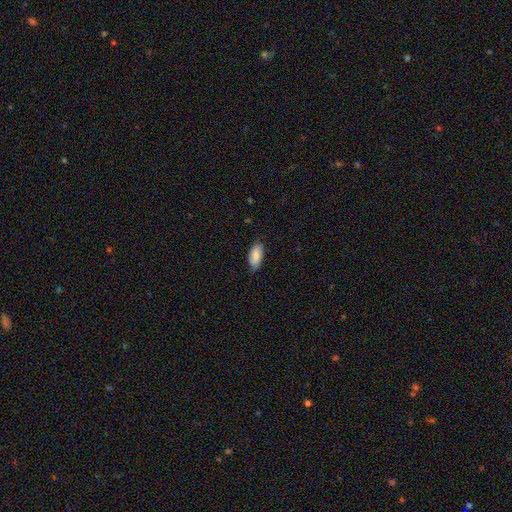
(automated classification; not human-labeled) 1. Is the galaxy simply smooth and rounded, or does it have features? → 83% smooth, 11% featured or disk, 6% star or artifact.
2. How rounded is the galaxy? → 89% in between, 9% cigar-shaped, 2% round.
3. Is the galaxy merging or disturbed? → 72% none, 23% minor disturbance, 3% major disturbance, 1% merger.